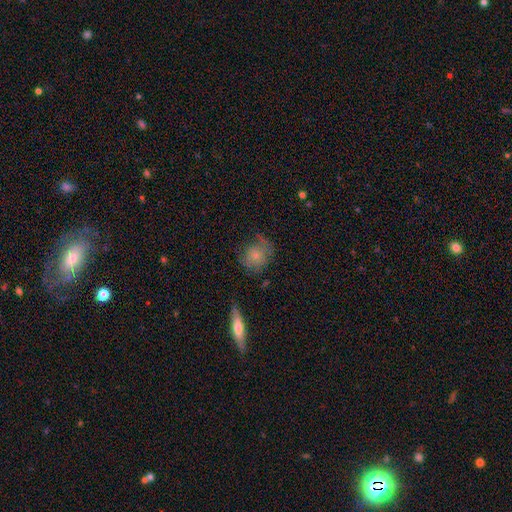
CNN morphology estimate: The model was most divided on "merging": none: 51%, minor disturbance: 30%, major disturbance: 16%, merger: 3%. More confident: how rounded — round (77%); smooth or featured — smooth (68%).